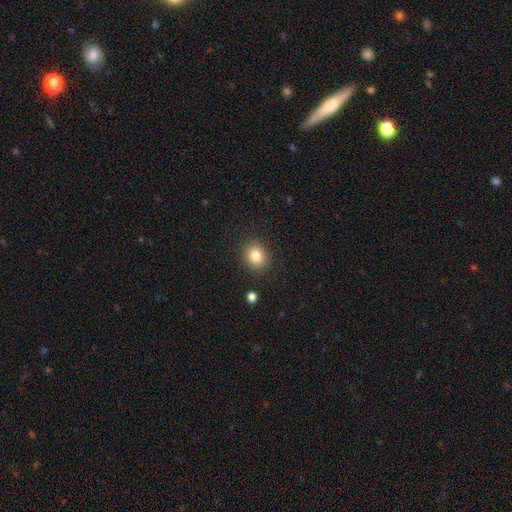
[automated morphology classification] A smooth galaxy with no disk features (82%) that is round (72%).

Vote fractions:
- Smooth or featured? smooth: 82% / star or artifact: 11% / featured or disk: 7%
- How rounded? round: 72% / in between: 27% / cigar-shaped: 1%
- Merging? none: 89% / minor disturbance: 7% / major disturbance: 2% / merger: 2%